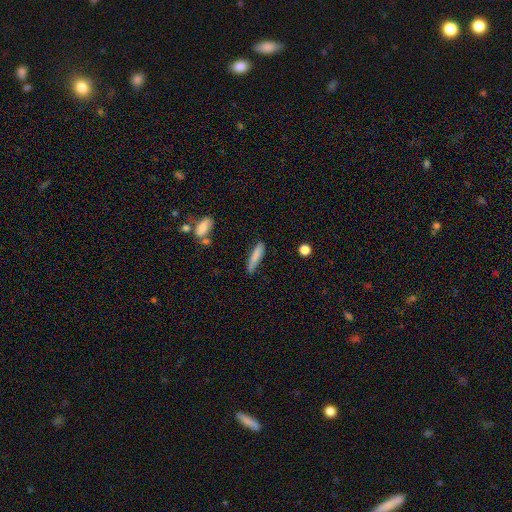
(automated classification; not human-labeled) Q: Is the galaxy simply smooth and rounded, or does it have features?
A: smooth — 79%.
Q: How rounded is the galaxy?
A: cigar-shaped — 83%.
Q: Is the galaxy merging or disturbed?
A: none — 73%.